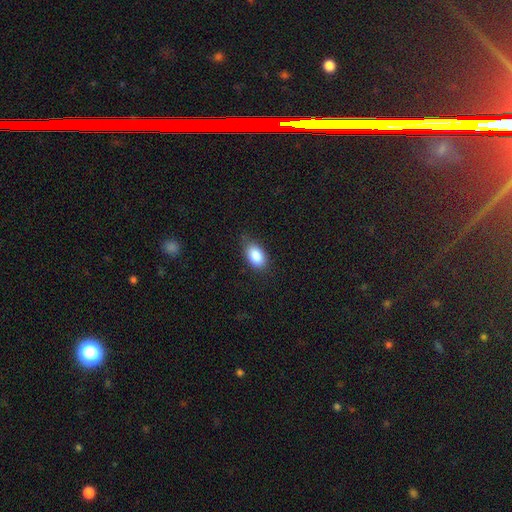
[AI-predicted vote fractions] This appears to be a smooth galaxy with no disk features (88%) that is in between round and cigar-shaped (92%). Merging: none (74%).